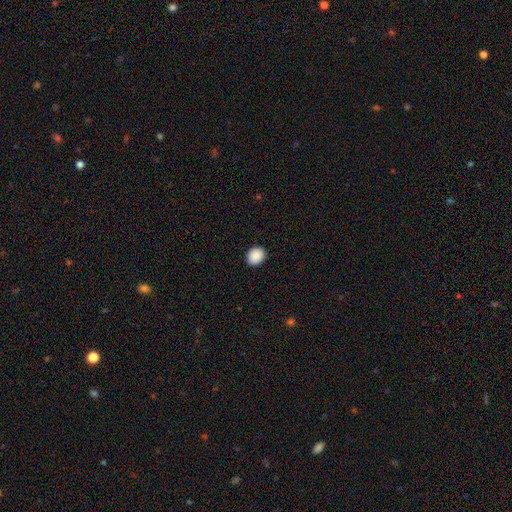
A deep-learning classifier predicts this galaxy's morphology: smooth-or-featured: smooth: 90% | star or artifact: 8% | featured or disk: 3%
  how-rounded: round: 59% | in between: 40% | cigar-shaped: 1%
  merging: none: 90% | minor disturbance: 7% | major disturbance: 2% | merger: 1%